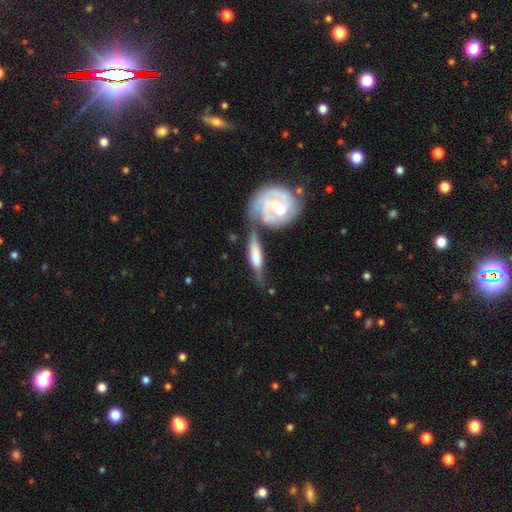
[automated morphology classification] A featured or disk galaxy (54%) viewed edge-on (55%).

Vote fractions:
- Smooth or featured? featured or disk: 54% / smooth: 40% / star or artifact: 6%
- Edge-on disk? yes: 55% / no: 45%
- Merging? merger: 34% / none: 32% / minor disturbance: 21% / major disturbance: 13%